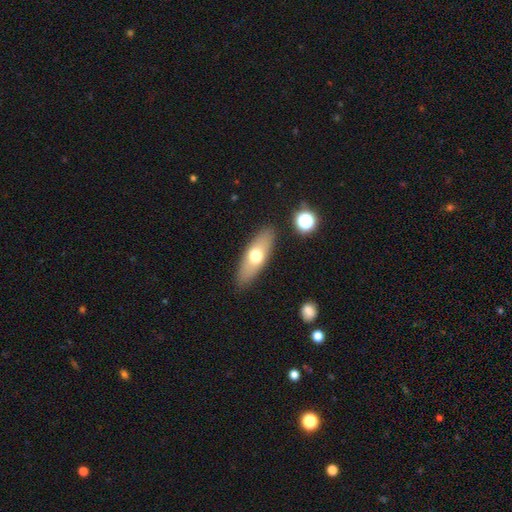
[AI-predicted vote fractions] Smooth or featured? smooth (62%)
How rounded? in between (60%)
Merging? none (87%)